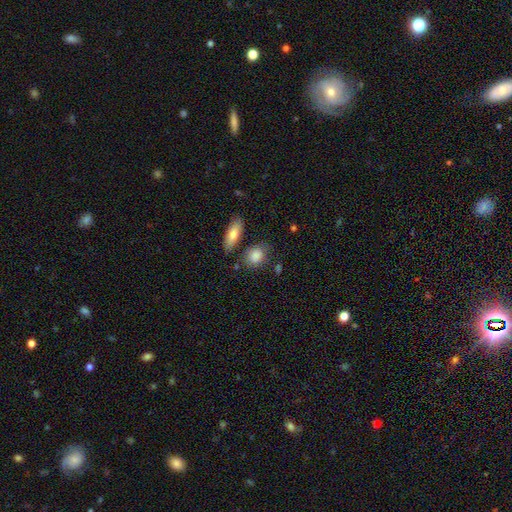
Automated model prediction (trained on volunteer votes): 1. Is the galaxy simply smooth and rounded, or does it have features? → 86% smooth, 7% star or artifact, 7% featured or disk.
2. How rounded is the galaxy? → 56% in between, 40% round, 4% cigar-shaped.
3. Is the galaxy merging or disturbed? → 70% none, 17% minor disturbance, 8% merger, 5% major disturbance.